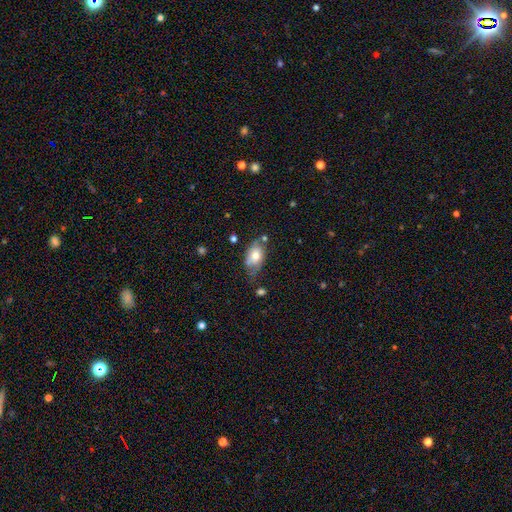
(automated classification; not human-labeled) smooth_or_featured: smooth (p=0.65) [alt: featured or disk p=0.27]
how_rounded: in between (p=0.88) [alt: round p=0.10]
merging: none (p=0.54) [alt: minor disturbance p=0.29]